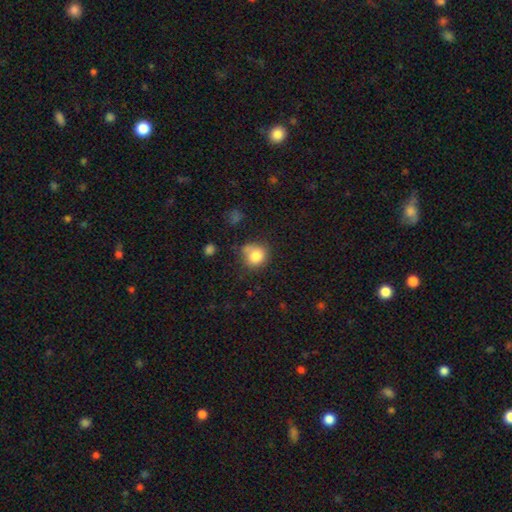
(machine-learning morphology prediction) type=smooth (81%); roundness=round (79%); merging=none (62%).